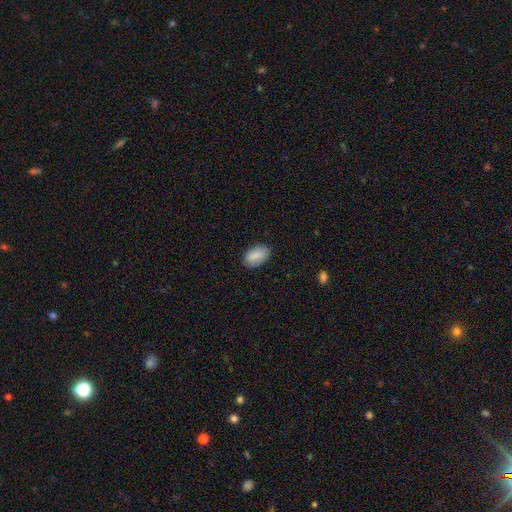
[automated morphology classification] A smooth galaxy with no disk features (88%) that is in between round and cigar-shaped (92%).

Vote fractions:
- Smooth or featured? smooth: 88% / star or artifact: 7% / featured or disk: 5%
- How rounded? in between: 92% / round: 6% / cigar-shaped: 2%
- Merging? none: 83% / minor disturbance: 14% / major disturbance: 3% / merger: 1%